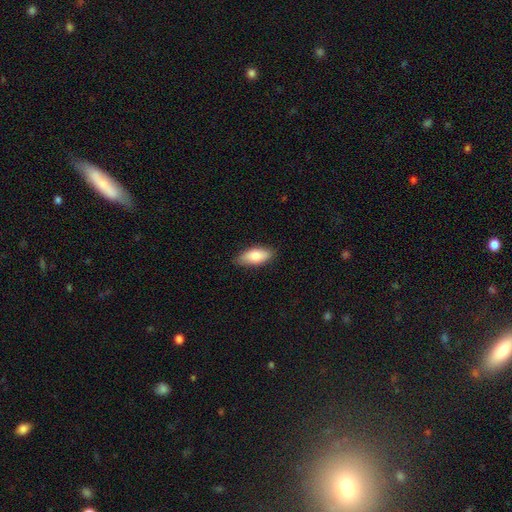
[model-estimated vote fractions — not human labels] This appears to be a smooth galaxy with no disk features (83%) that is in between round and cigar-shaped (83%). Merging: none (84%).